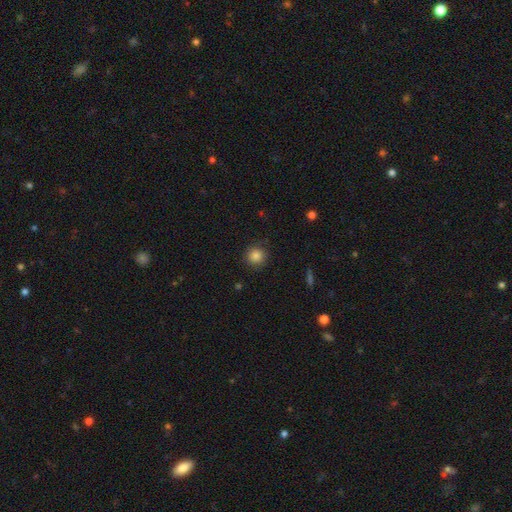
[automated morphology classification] Q: Smooth or featured?
A: smooth (84%); runner-up: star or artifact (11%)
Q: How rounded?
A: round (93%); runner-up: in between (6%)
Q: Merging?
A: none (85%); runner-up: minor disturbance (10%)